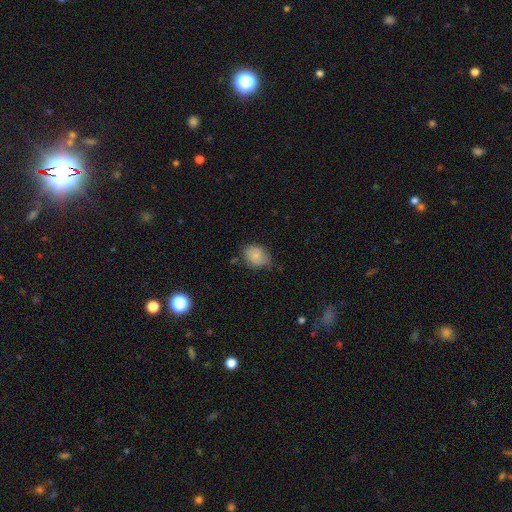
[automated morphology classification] Smooth or featured: smooth — 80% (featured or disk — 12%)
How rounded: in between — 51% (round — 48%)
Merging: none — 61% (minor disturbance — 30%)